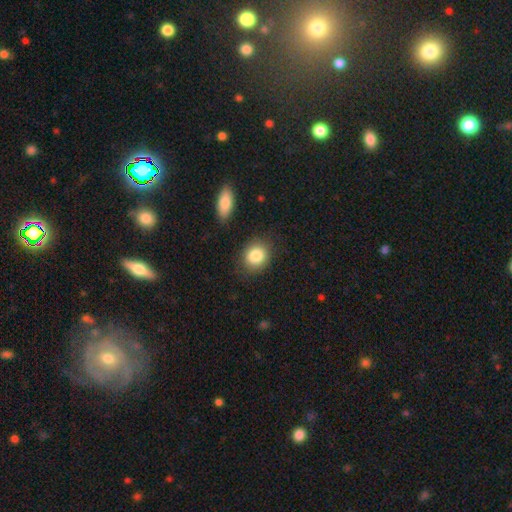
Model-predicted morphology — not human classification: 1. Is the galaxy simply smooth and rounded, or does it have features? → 85% smooth, 8% star or artifact, 7% featured or disk.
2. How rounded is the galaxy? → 67% round, 32% in between, 1% cigar-shaped.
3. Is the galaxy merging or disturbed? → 84% none, 10% minor disturbance, 3% merger, 3% major disturbance.